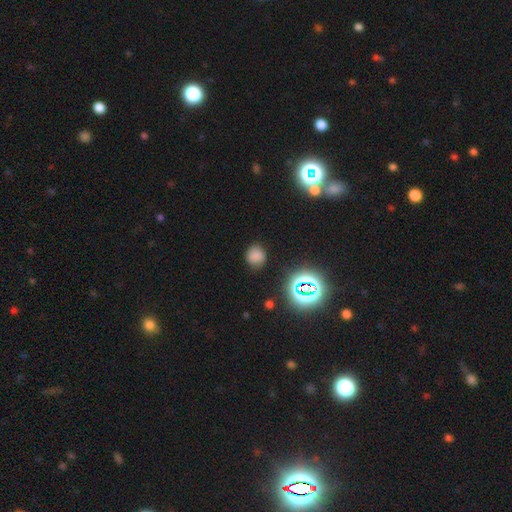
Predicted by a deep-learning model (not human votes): Smooth or featured?
  - smooth: 72% *
  - star or artifact: 21%
  - featured or disk: 7%
How rounded?
  - round: 77% *
  - in between: 22%
  - cigar-shaped: 1%
Merging?
  - none: 82% *
  - minor disturbance: 13%
  - major disturbance: 4%
  - merger: 2%